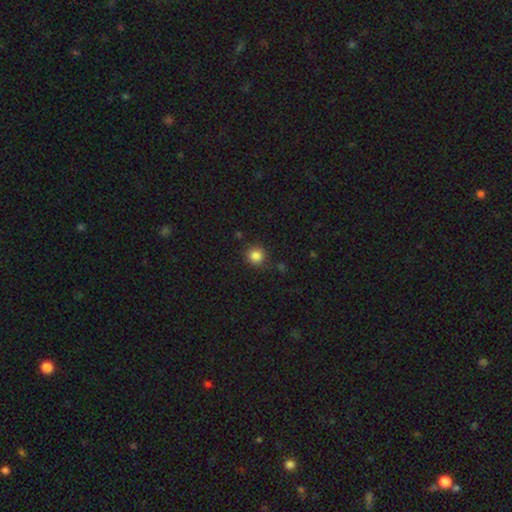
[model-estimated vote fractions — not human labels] A smooth galaxy with no disk features (85%) that is round (93%).

Vote fractions:
- Smooth or featured? smooth: 85% / star or artifact: 11% / featured or disk: 4%
- How rounded? round: 93% / in between: 6% / cigar-shaped: 1%
- Merging? none: 87% / minor disturbance: 8% / major disturbance: 3% / merger: 2%